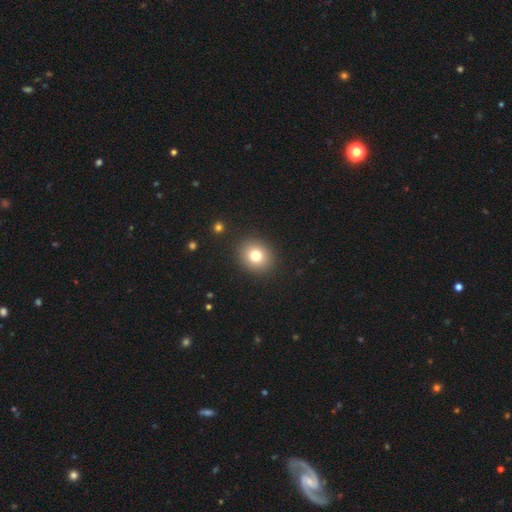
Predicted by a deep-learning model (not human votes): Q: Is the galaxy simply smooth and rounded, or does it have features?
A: smooth — 78%.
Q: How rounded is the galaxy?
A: round — 76%.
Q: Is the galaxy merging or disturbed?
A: none — 91%.